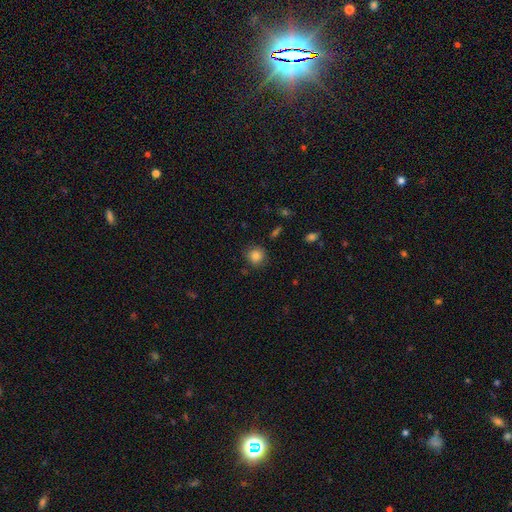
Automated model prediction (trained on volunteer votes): A smooth galaxy with no disk features (83%) that is round (90%).

Vote fractions:
- Smooth or featured? smooth: 83% / star or artifact: 11% / featured or disk: 6%
- How rounded? round: 90% / in between: 9% / cigar-shaped: 1%
- Merging? none: 85% / minor disturbance: 10% / major disturbance: 3% / merger: 2%